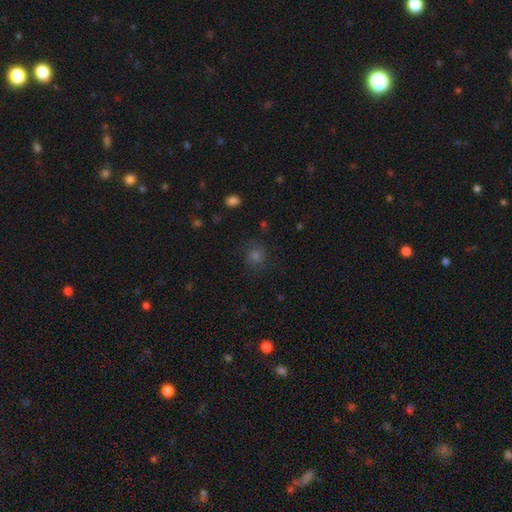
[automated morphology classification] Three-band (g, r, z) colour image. It shows a smooth galaxy with no disk features (50%). Merging: none (80%).